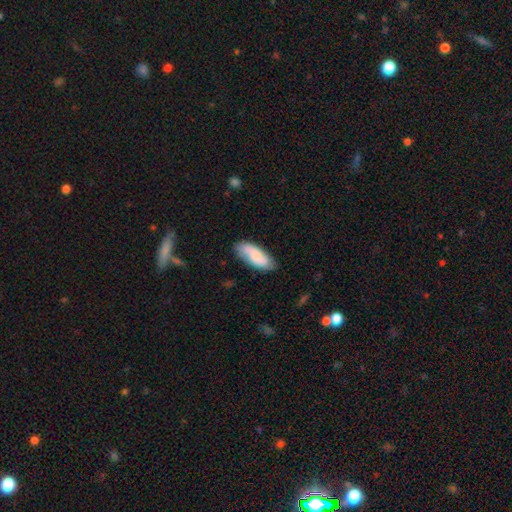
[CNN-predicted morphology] This appears to be a smooth galaxy with no disk features (71%) that is in between round and cigar-shaped (80%). Merging: none (78%).